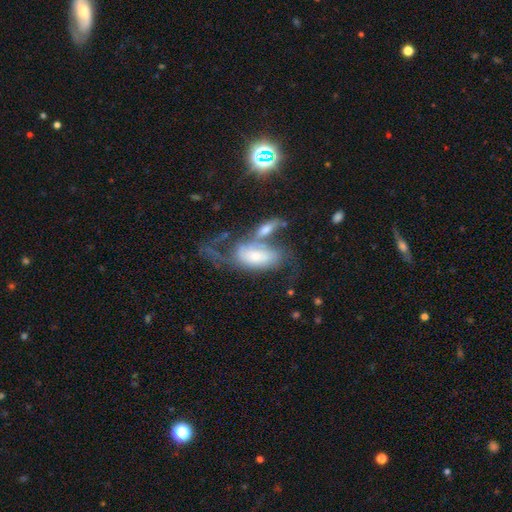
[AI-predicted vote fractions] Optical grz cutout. It shows a featured or disk galaxy (57%) with no bar (66%), spiral arms (77%) and a small central bulge (37%). Merging: merger (38%).